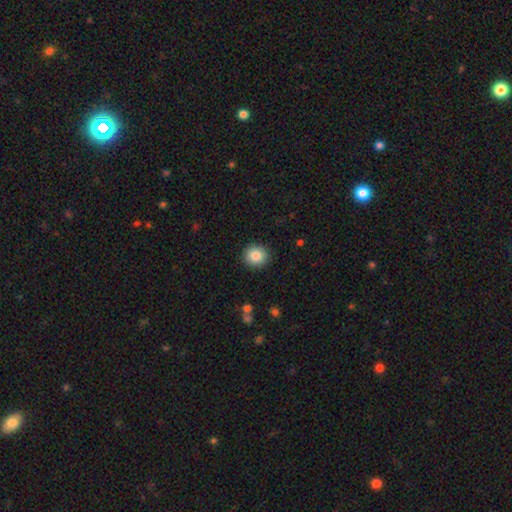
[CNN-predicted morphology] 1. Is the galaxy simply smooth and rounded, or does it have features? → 85% smooth, 9% star or artifact, 7% featured or disk.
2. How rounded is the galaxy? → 88% round, 11% in between, 1% cigar-shaped.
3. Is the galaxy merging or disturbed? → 91% none, 6% minor disturbance, 2% major disturbance, 1% merger.